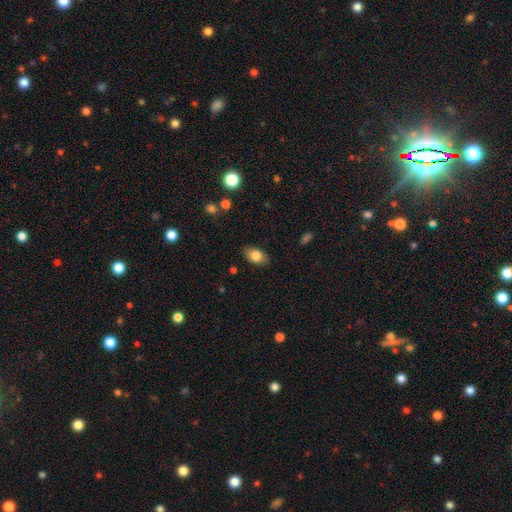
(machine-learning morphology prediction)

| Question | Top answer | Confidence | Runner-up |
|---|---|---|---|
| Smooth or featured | smooth | 80% | featured or disk (13%) |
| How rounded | in between | 89% | round (9%) |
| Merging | none | 86% | minor disturbance (11%) |